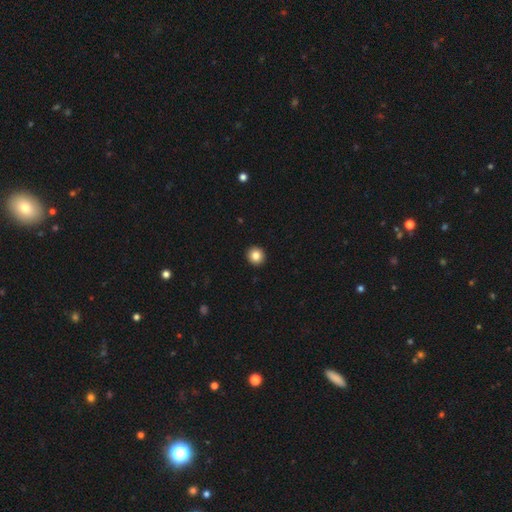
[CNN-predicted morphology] Smooth or featured: smooth — 84% (star or artifact — 10%)
How rounded: round — 93% (in between — 6%)
Merging: none — 94% (minor disturbance — 4%)